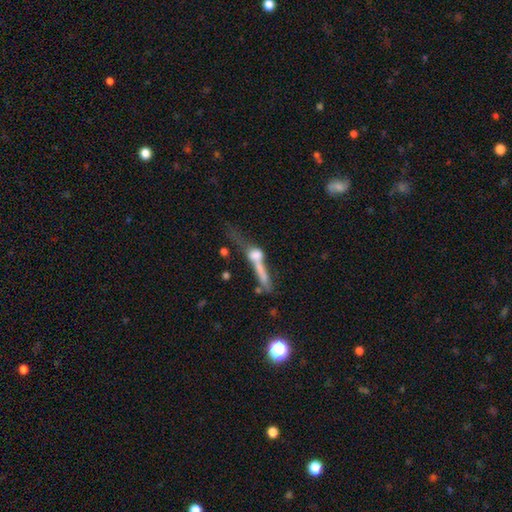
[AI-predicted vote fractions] Smooth or featured? Predicted: smooth (p=0.49). Merging? Predicted: merger (p=0.46).